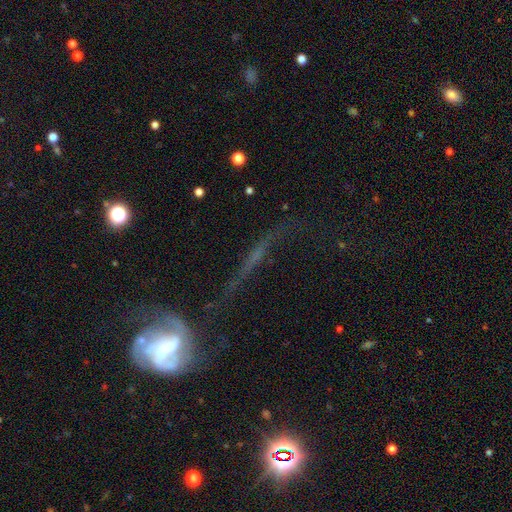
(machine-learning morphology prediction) Smooth or featured? featured or disk (66%)
Edge-on disk? no (66%)
Merging? none (43%)